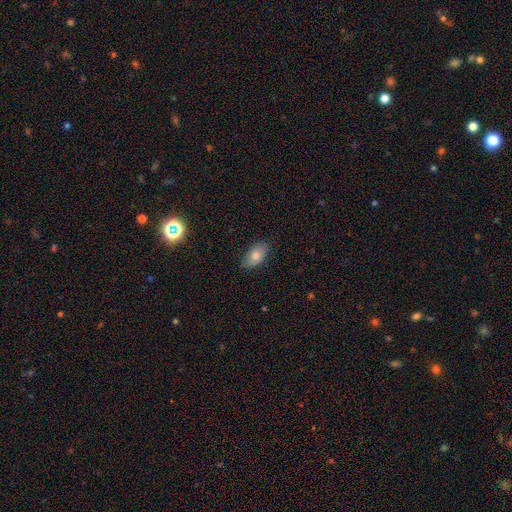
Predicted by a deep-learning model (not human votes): Smooth or featured? Predicted: smooth (p=0.77). How rounded? Predicted: in between (p=0.92). Merging? Predicted: none (p=0.78).